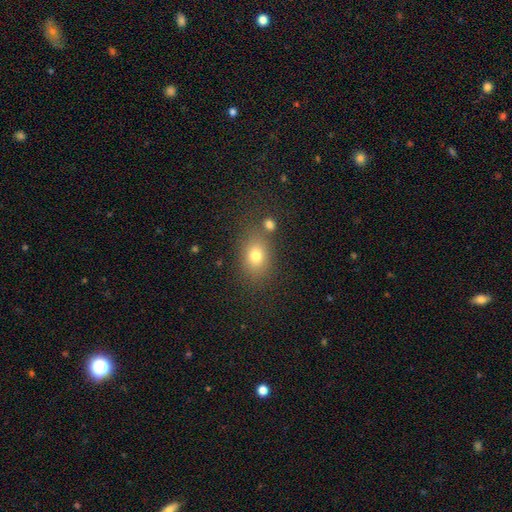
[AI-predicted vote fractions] This appears to be a smooth galaxy with no disk features (75%) that is in between round and cigar-shaped (65%). Merging: none (73%).